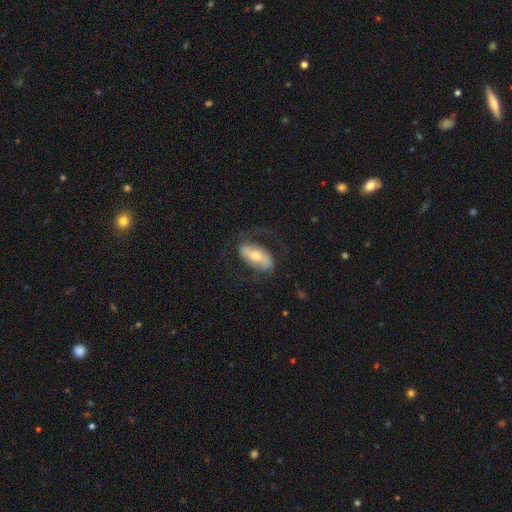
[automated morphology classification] The model was most divided on "bulge size": moderate: 57%, small: 36%, large: 4%, dominant: 1%, none: 1%. More confident: edge-on disk — no (89%); spiral arms — yes (77%); merging — none (66%); smooth or featured — featured or disk (65%); bar — strong (51%).